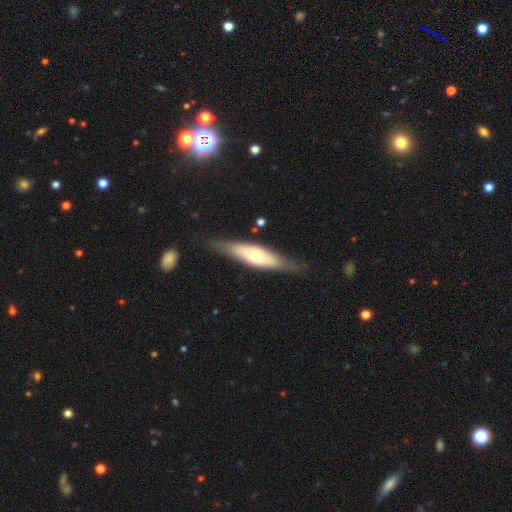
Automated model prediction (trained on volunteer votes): Q: Smooth or featured?
A: smooth (50%); runner-up: featured or disk (44%)
Q: Merging?
A: none (77%); runner-up: minor disturbance (17%)